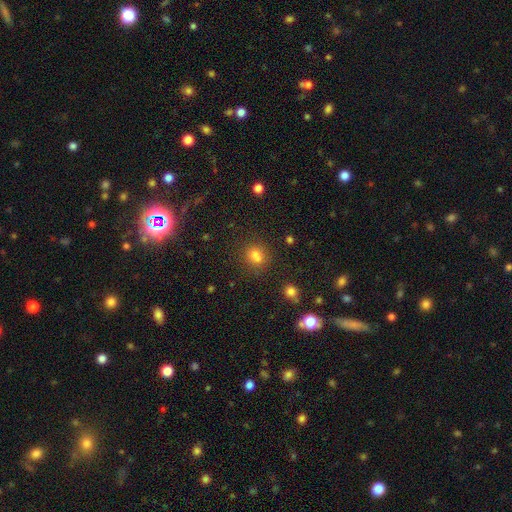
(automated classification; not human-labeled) This appears to be a smooth galaxy with no disk features (71%) that is round (65%). Merging: none (60%).